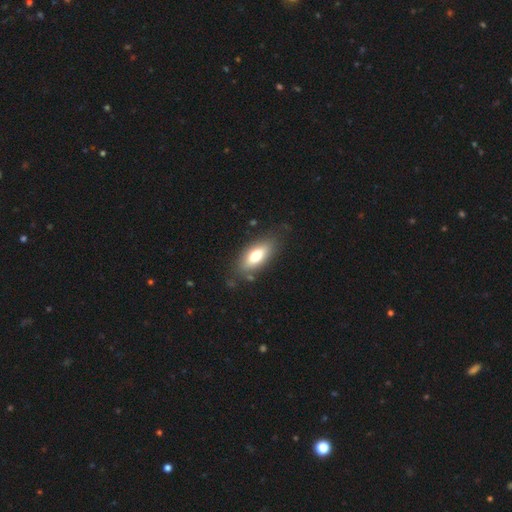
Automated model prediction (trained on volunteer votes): The model was most divided on "smooth or featured": smooth: 68%, featured or disk: 25%, star or artifact: 7%. More confident: how rounded — in between (81%); merging — none (80%).